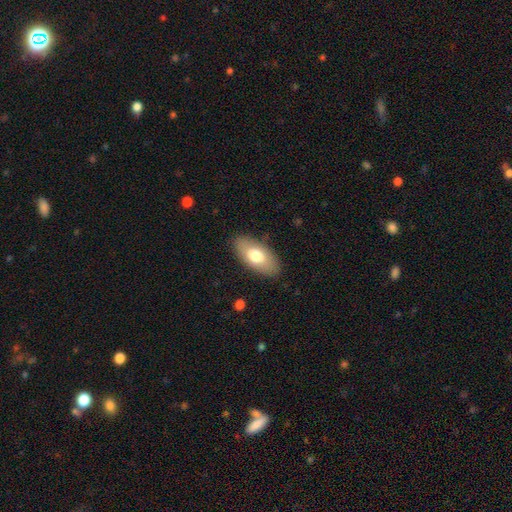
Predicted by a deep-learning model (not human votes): Smooth or featured? smooth (70%)
How rounded? in between (92%)
Merging? none (85%)